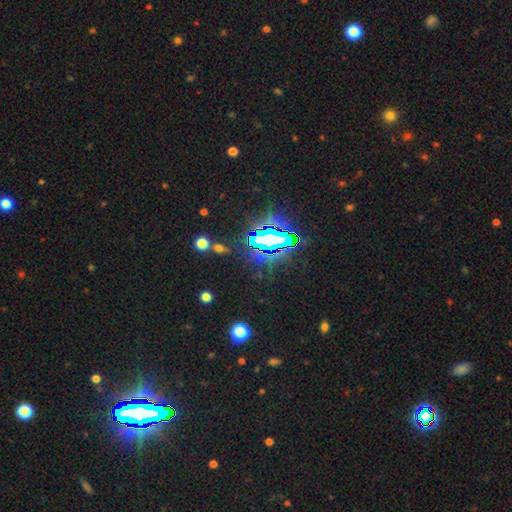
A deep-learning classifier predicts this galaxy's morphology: Q: Smooth or featured?
A: star or artifact (85%); runner-up: smooth (9%)